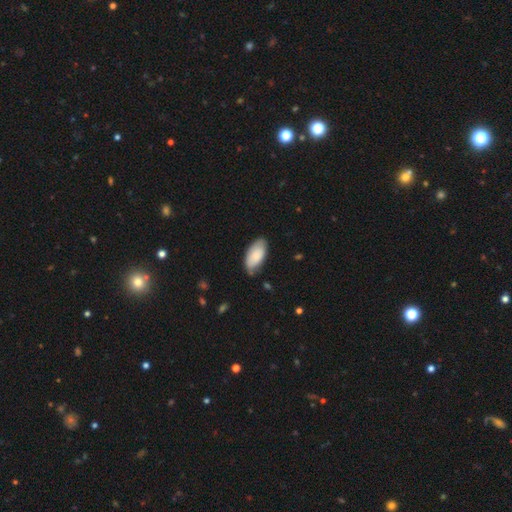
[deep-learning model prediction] A smooth galaxy with no disk features (82%) that is in between round and cigar-shaped (94%). Merging: none (70%).